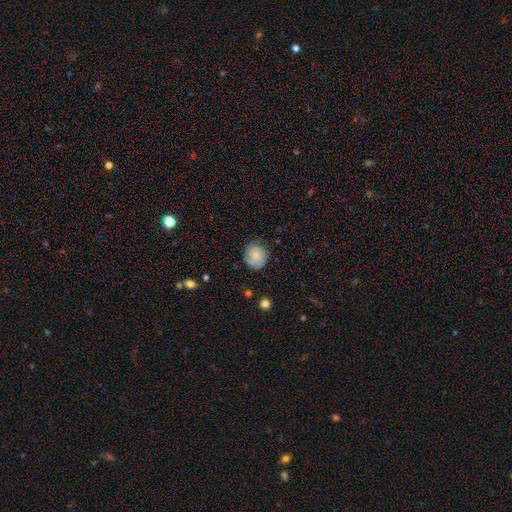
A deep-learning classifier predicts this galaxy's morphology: Smooth or featured? Predicted: smooth (p=0.69). How rounded? Predicted: round (p=0.75). Merging? Predicted: none (p=0.72).